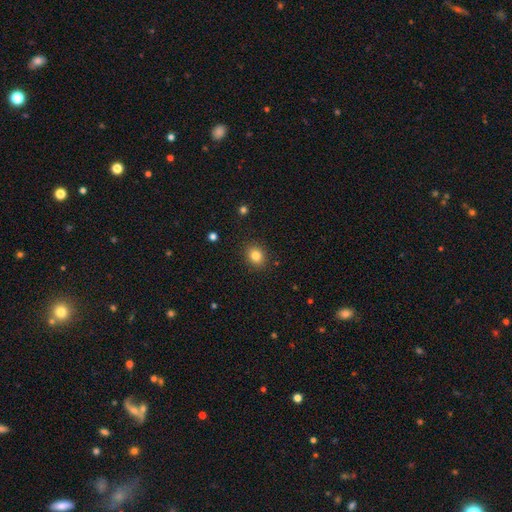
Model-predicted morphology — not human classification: smooth 82%, star or artifact 11%, featured or disk 6%. Down the decision tree: how rounded — round (62%); merging — none (89%).